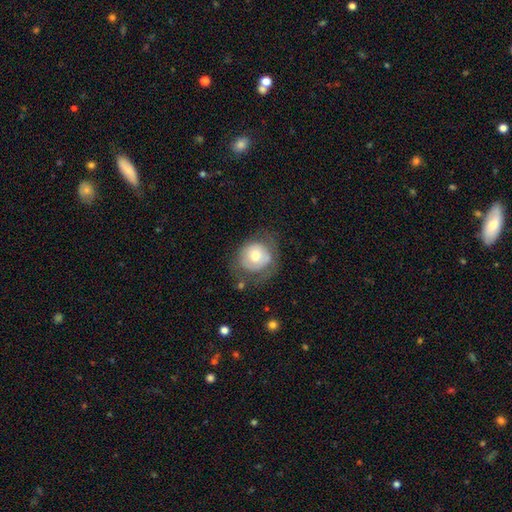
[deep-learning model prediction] This is possibly a smooth galaxy (57%). How rounded: likely round (78%). Merging: possibly none (54%).